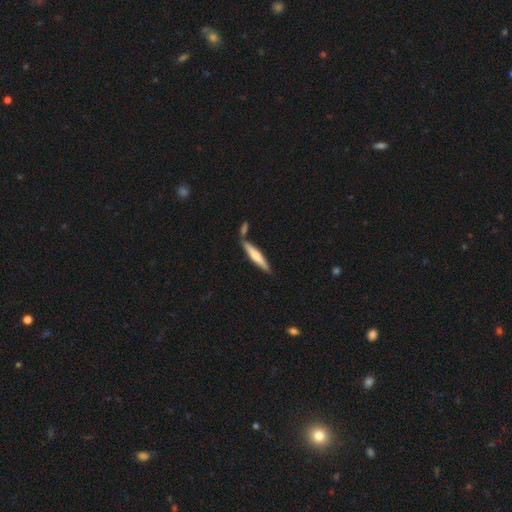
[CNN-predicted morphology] A smooth galaxy with no disk features (55%) that is cigar-shaped (88%).

Vote fractions:
- Smooth or featured? smooth: 55% / featured or disk: 40% / star or artifact: 5%
- How rounded? cigar-shaped: 88% / in between: 10% / round: 1%
- Merging? none: 73% / merger: 13% / minor disturbance: 12% / major disturbance: 3%